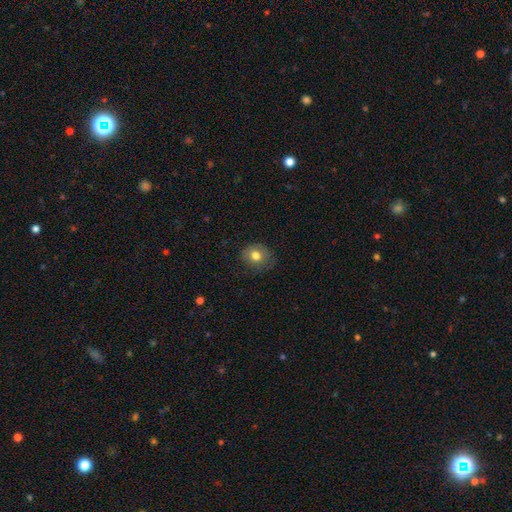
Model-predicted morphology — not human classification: Overall: smooth (75%). How rounded: round (72%). Merging: none (72%).